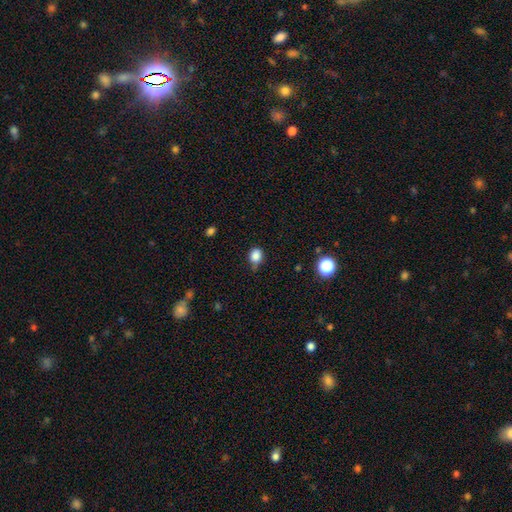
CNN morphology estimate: This appears to be a smooth galaxy with no disk features (85%) that is round (62%). Merging: none (56%).